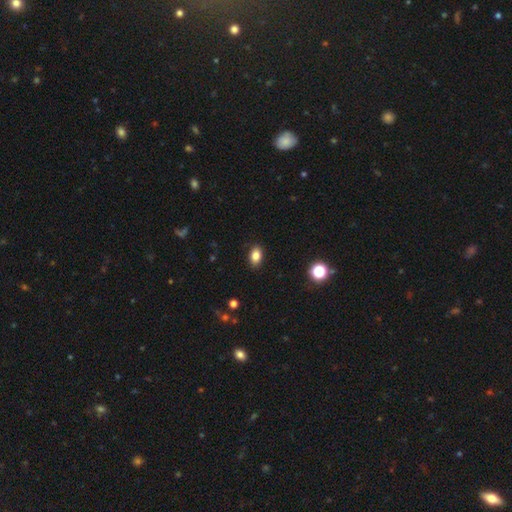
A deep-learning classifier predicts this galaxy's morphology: smooth 84%, star or artifact 10%, featured or disk 7%. Down the decision tree: how rounded — in between (86%); merging — none (88%).